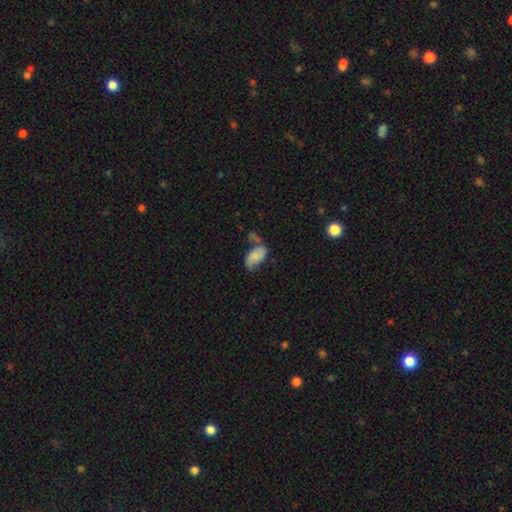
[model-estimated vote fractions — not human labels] This is likely a smooth galaxy (62%). How rounded: clearly in between (94%). Merging: marginally none (38%).